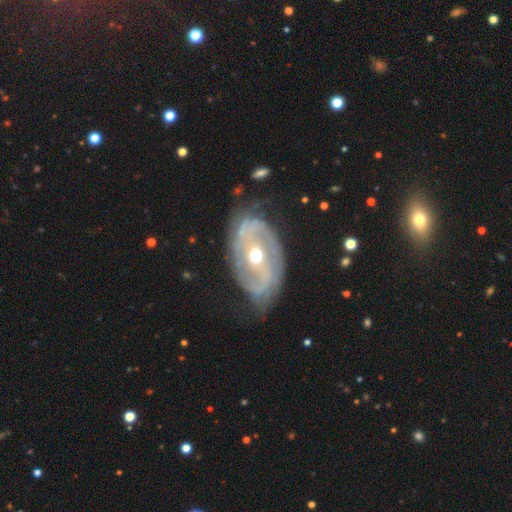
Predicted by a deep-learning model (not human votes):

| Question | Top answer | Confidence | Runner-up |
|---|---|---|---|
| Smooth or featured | featured or disk | 79% | smooth (15%) |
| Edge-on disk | no | 95% | yes (5%) |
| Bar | no | 54% | weak (30%) |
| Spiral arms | yes | 72% | no (28%) |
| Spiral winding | tight | 42% | medium (33%) |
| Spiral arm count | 2 | 64% | can't tell (22%) |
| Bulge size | moderate | 75% | small (17%) |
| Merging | none | 62% | minor disturbance (24%) |